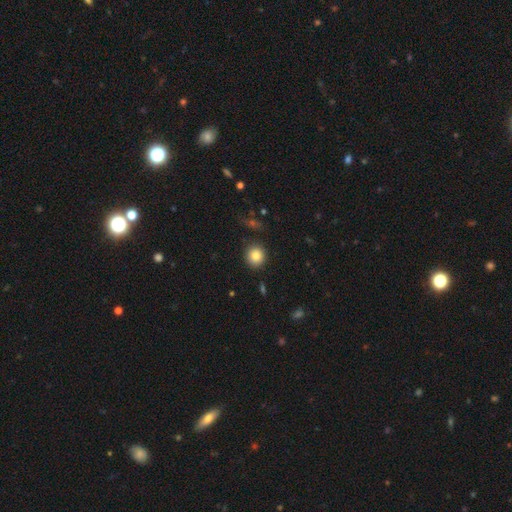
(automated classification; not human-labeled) This appears to be a smooth galaxy with no disk features (84%) that is round (89%). Merging: none (89%).